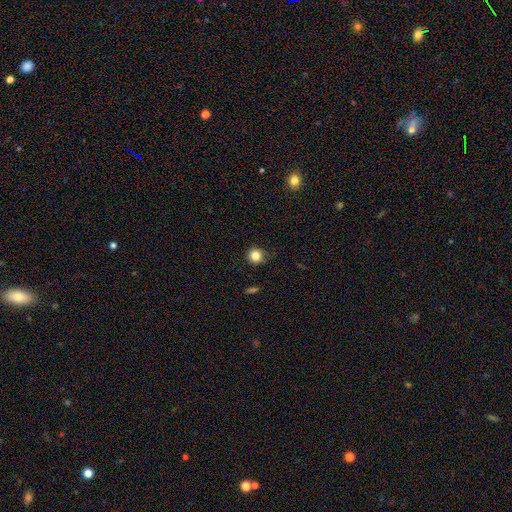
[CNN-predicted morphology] smooth-or-featured: smooth: 83% | star or artifact: 12% | featured or disk: 5%
  how-rounded: round: 92% | in between: 7% | cigar-shaped: 1%
  merging: none: 76% | minor disturbance: 18% | major disturbance: 4% | merger: 1%